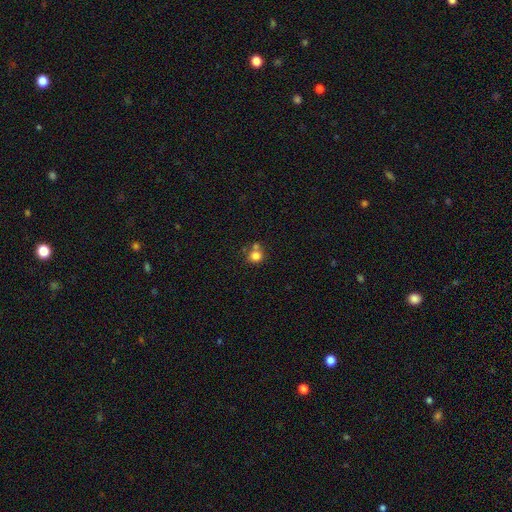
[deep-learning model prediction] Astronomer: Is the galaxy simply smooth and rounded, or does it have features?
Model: smooth — 79%.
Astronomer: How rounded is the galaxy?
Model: round — 86%.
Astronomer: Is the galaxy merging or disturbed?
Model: none — 54% (runner-up: merger, 30%).